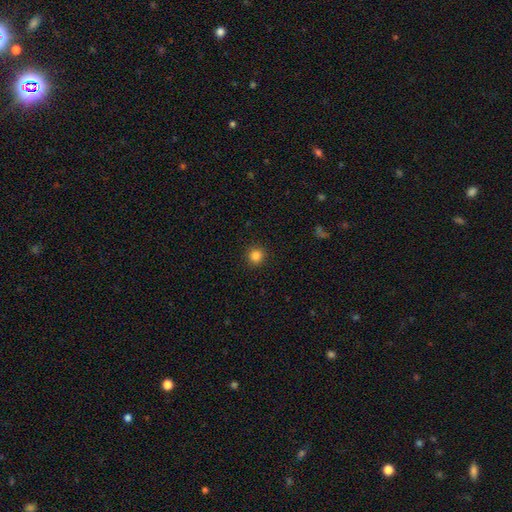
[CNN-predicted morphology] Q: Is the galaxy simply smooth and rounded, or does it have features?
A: smooth — 85%.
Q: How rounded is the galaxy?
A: round — 94%.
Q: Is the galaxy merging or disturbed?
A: none — 92%.